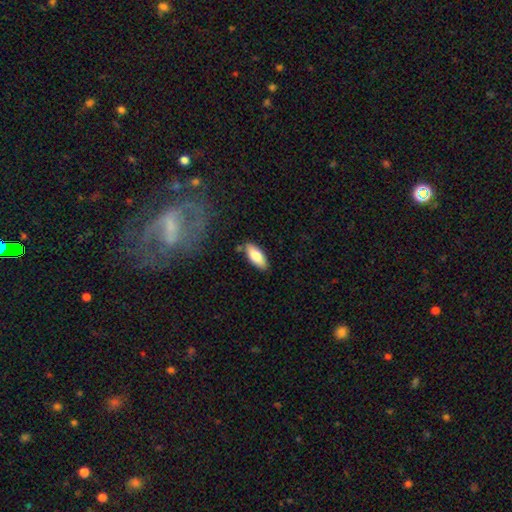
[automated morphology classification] smooth_or_featured: smooth (p=0.76) [alt: featured or disk p=0.18]
how_rounded: in between (p=0.80) [alt: cigar-shaped p=0.18]
merging: none (p=0.84) [alt: minor disturbance p=0.11]